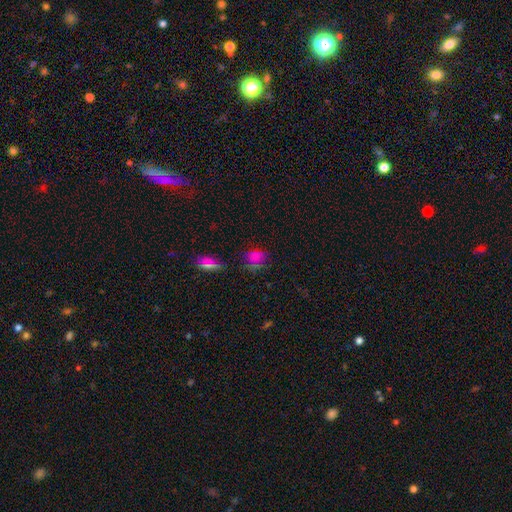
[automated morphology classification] A smooth galaxy with no disk features (60%) that is round (56%).

Vote fractions:
- Smooth or featured? smooth: 60% / star or artifact: 30% / featured or disk: 9%
- How rounded? round: 56% / in between: 41% / cigar-shaped: 2%
- Merging? none: 62% / minor disturbance: 23% / major disturbance: 10% / merger: 5%